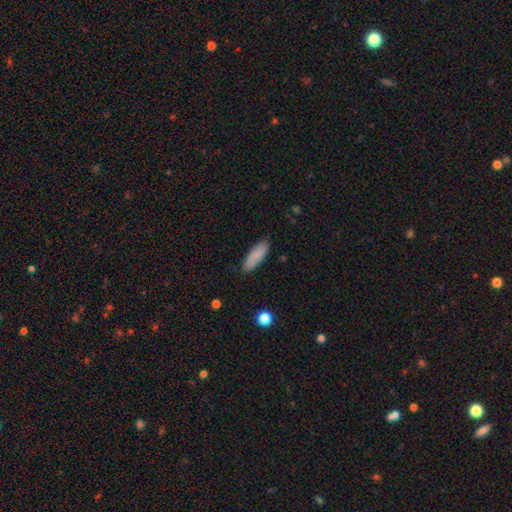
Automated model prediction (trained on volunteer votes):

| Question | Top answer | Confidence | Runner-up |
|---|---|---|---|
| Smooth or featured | smooth | 83% | featured or disk (10%) |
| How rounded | in between | 57% | cigar-shaped (41%) |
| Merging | none | 85% | minor disturbance (12%) |